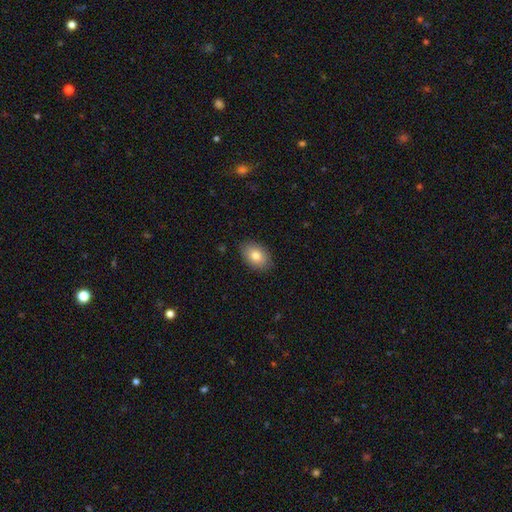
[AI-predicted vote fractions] smooth 80%, featured or disk 13%, star or artifact 7%. Down the decision tree: how rounded — in between (84%); merging — none (85%).